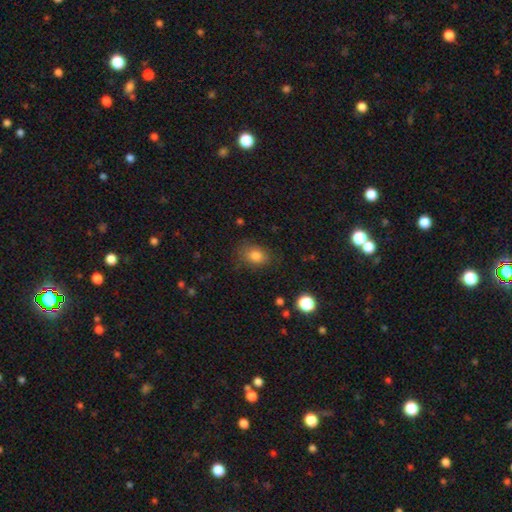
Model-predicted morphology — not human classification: smooth-or-featured: smooth: 83% | star or artifact: 10% | featured or disk: 7%
  how-rounded: in between: 69% | round: 30% | cigar-shaped: 1%
  merging: none: 75% | minor disturbance: 18% | major disturbance: 6% | merger: 1%